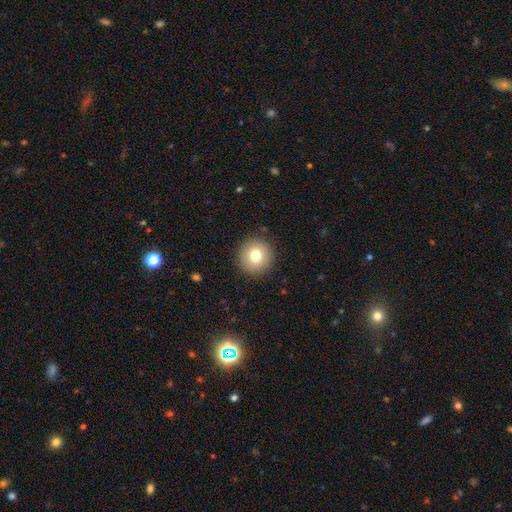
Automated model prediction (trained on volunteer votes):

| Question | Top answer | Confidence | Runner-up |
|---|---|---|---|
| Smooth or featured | smooth | 77% | featured or disk (13%) |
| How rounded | round | 94% | in between (5%) |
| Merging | none | 91% | minor disturbance (6%) |